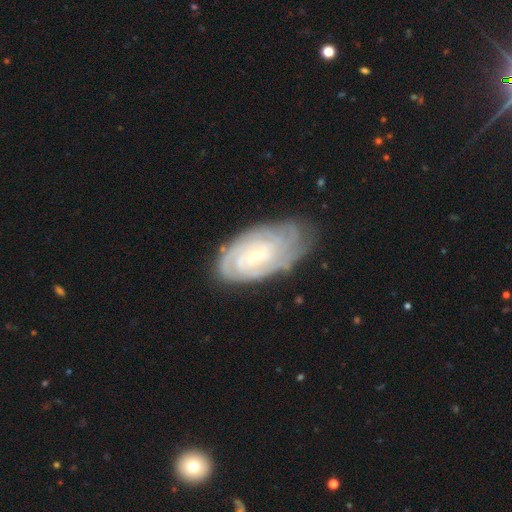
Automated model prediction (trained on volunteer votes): Smooth or featured? Predicted: featured or disk (p=0.85). Edge-on disk? Predicted: no (p=0.96). Bar? Predicted: no (p=0.46). Spiral arms? Predicted: yes (p=0.96). Spiral winding? Predicted: tight (p=0.78). Spiral arm count? Predicted: can't tell (p=0.35). Bulge size? Predicted: small (p=0.76). Merging? Predicted: none (p=0.71).